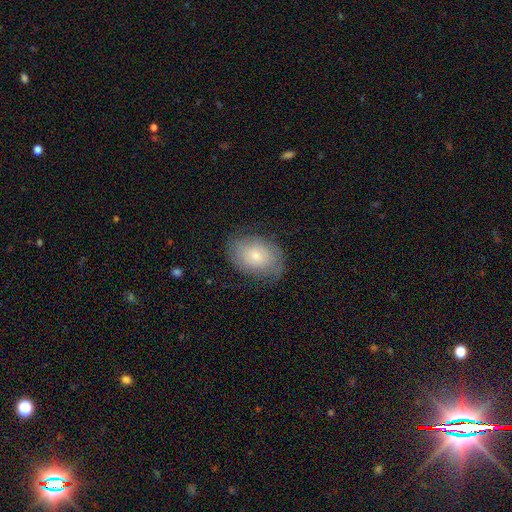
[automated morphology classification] A smooth galaxy with no disk features (50%) that is in between round and cigar-shaped (77%).

Vote fractions:
- Smooth or featured? smooth: 50% / featured or disk: 42% / star or artifact: 8%
- How rounded? in between: 77% / round: 22% / cigar-shaped: 1%
- Merging? none: 69% / minor disturbance: 21% / major disturbance: 8% / merger: 1%